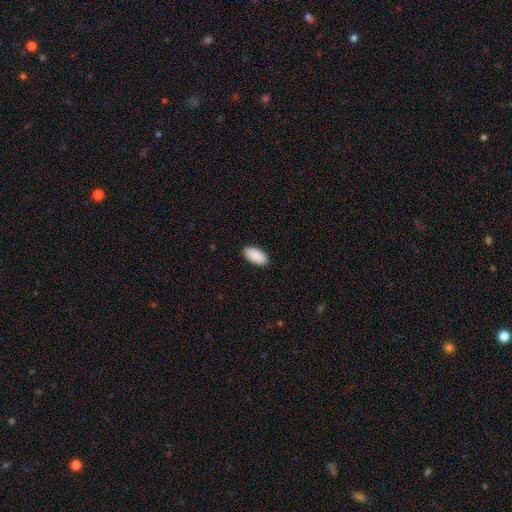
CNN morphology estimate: This appears to be a smooth galaxy with no disk features (91%) that is in between round and cigar-shaped (94%). Merging: none (90%).